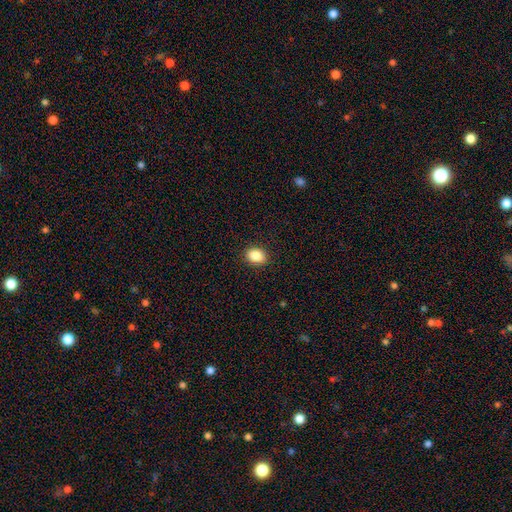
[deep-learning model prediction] Q: Smooth or featured?
A: smooth (87%); runner-up: star or artifact (9%)
Q: How rounded?
A: in between (69%); runner-up: round (30%)
Q: Merging?
A: none (90%); runner-up: minor disturbance (7%)